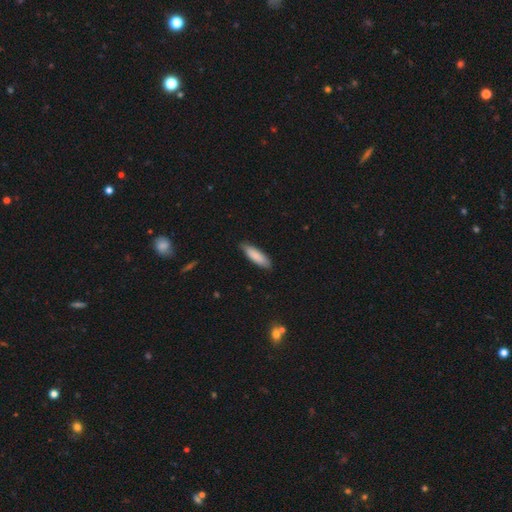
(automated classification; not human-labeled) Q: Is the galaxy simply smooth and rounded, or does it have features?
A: smooth — 85%.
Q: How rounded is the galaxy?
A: cigar-shaped — 55%.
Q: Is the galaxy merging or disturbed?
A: none — 83%.